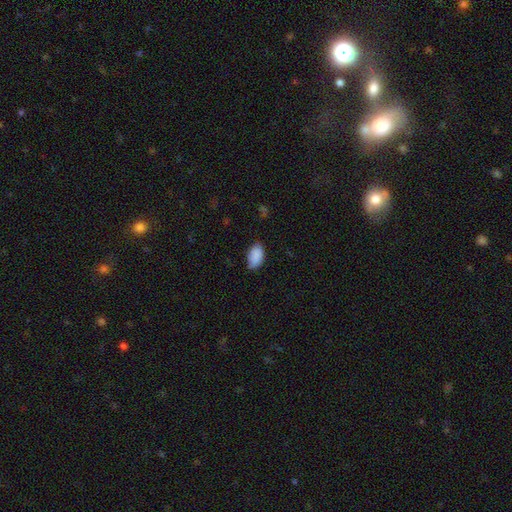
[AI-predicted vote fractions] This appears to be a smooth galaxy with no disk features (89%) that is in between round and cigar-shaped (94%). Merging: none (72%).